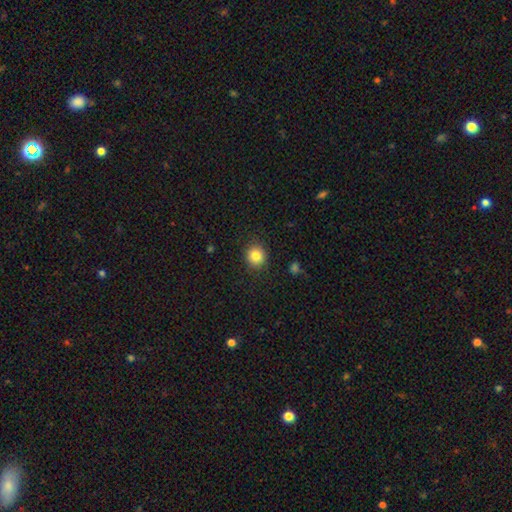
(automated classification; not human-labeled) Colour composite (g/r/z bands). It shows a smooth galaxy with no disk features (84%) that is round (89%). Merging: none (88%).